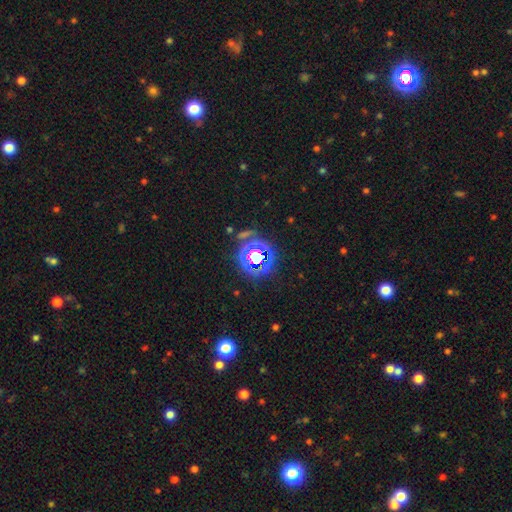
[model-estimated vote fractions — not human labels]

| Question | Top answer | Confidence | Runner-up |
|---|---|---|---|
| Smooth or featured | star or artifact | 68% | smooth (22%) |